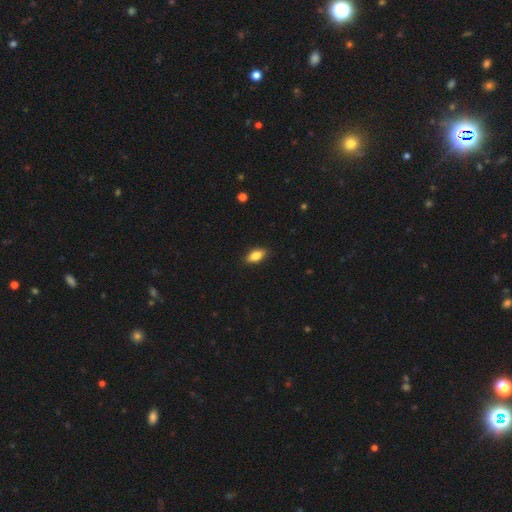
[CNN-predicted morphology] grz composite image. It shows a smooth galaxy with no disk features (81%) that is in between round and cigar-shaped (85%). Merging: none (87%).